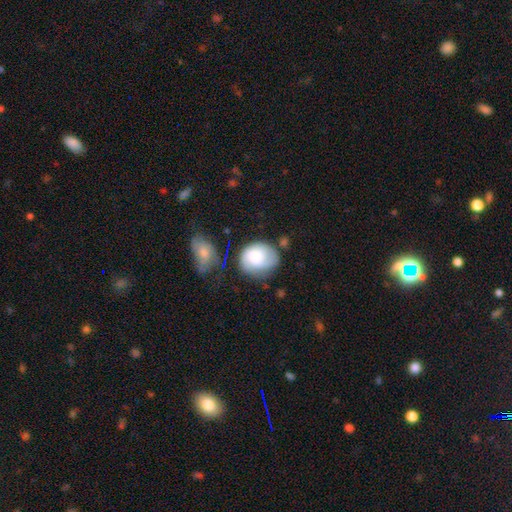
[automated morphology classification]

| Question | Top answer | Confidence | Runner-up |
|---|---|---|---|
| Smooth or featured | smooth | 58% | featured or disk (35%) |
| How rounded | round | 66% | in between (33%) |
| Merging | none | 58% | minor disturbance (24%) |